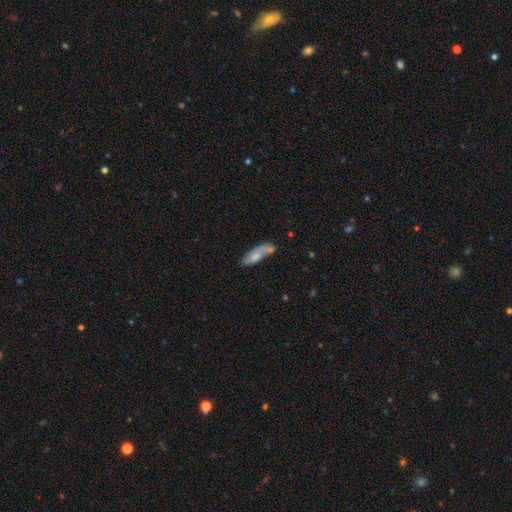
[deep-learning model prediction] Overall: smooth (67%). How rounded: in between (57%; cigar-shaped 41%). Merging: none (42%; minor disturbance 24%).